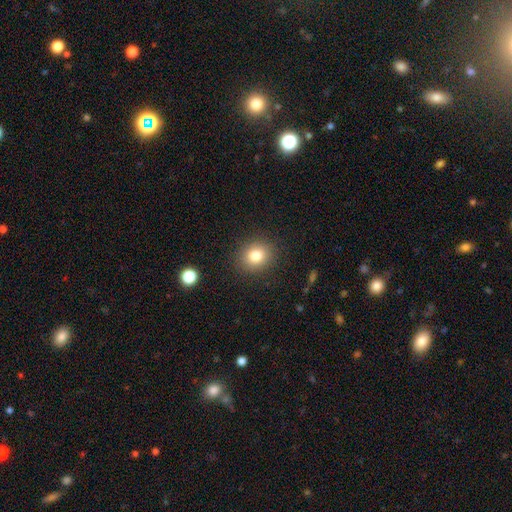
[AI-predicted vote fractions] smooth 81%, star or artifact 11%, featured or disk 8%. Down the decision tree: how rounded — round (70%); merging — none (88%).